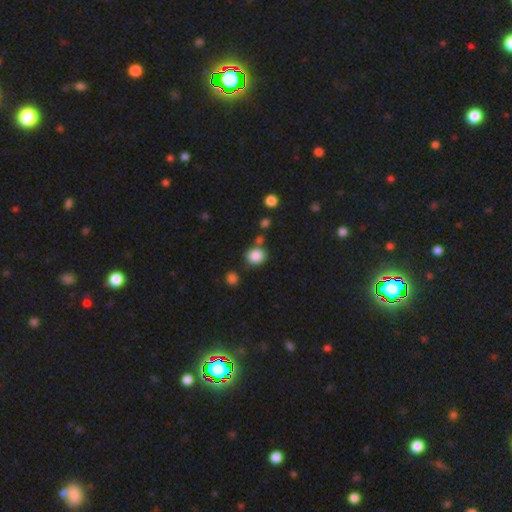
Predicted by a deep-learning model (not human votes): This is clearly a smooth galaxy (85%). How rounded: likely round (70%). Merging: likely none (70%).